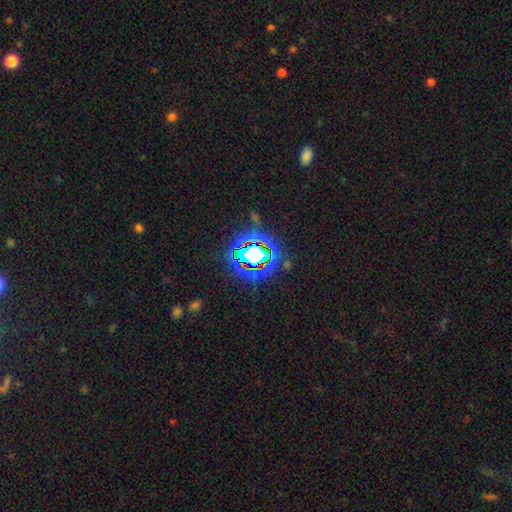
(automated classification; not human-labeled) smooth-or-featured: star or artifact: 73% | smooth: 16% | featured or disk: 12%